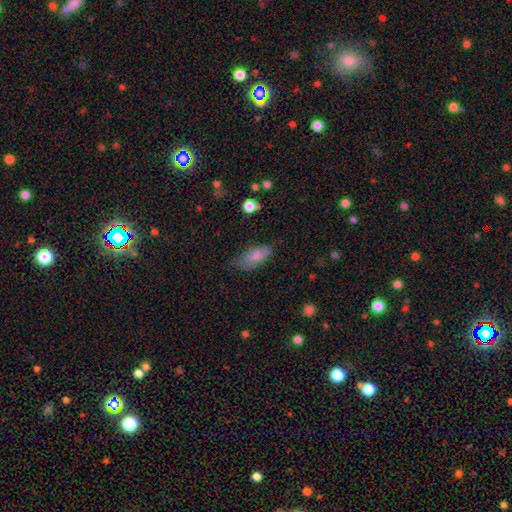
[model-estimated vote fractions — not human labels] This appears to be a smooth galaxy with no disk features (80%) that is in between round and cigar-shaped (84%). Merging: none (57%).